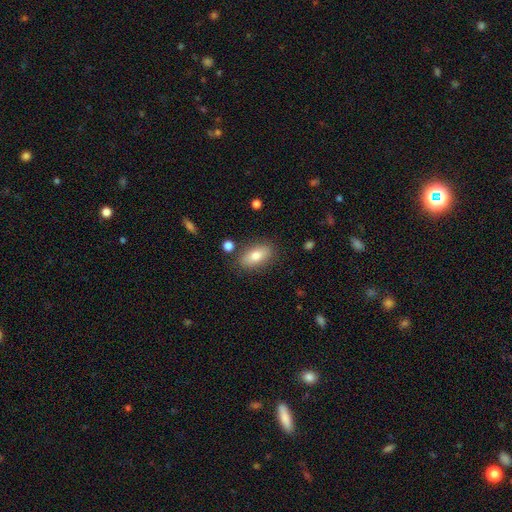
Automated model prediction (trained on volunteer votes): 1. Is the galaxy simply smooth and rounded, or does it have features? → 78% smooth, 15% featured or disk, 7% star or artifact.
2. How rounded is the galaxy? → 87% in between, 8% cigar-shaped, 5% round.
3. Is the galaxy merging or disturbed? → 81% none, 12% minor disturbance, 3% major disturbance, 3% merger.